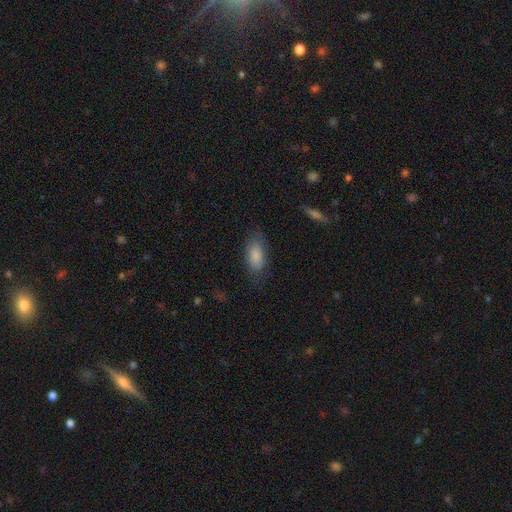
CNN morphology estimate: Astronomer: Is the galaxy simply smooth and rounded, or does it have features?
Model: smooth — 84%.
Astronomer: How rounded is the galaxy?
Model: in between — 88%.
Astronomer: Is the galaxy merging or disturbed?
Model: none — 73%.